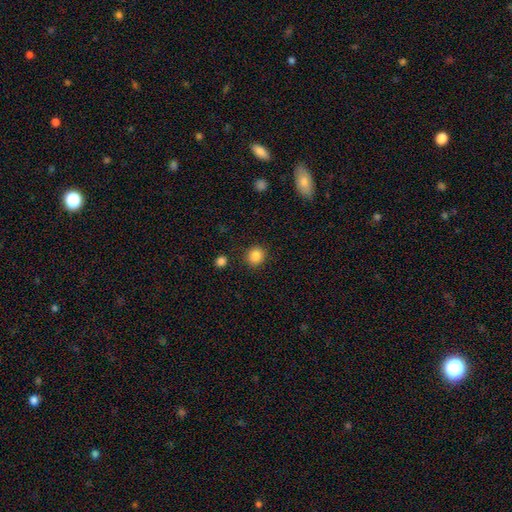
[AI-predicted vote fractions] Smooth or featured: smooth — 86% (star or artifact — 10%)
How rounded: round — 86% (in between — 13%)
Merging: none — 89% (minor disturbance — 6%)